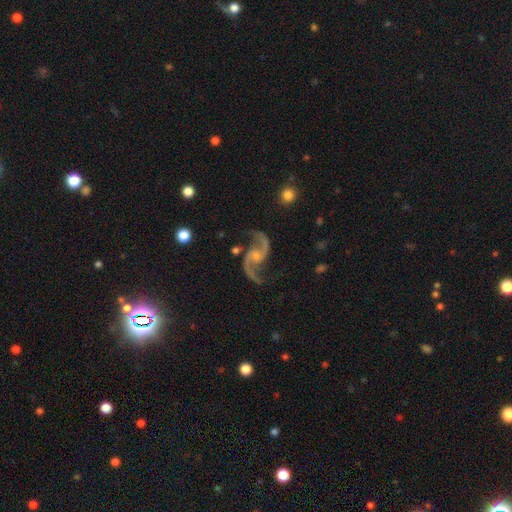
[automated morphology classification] A featured or disk galaxy (93%) with no bar (59%), 2 (95%) loose (65%) spiral arms (98%) and a small central bulge (56%). Merging: none (79%).